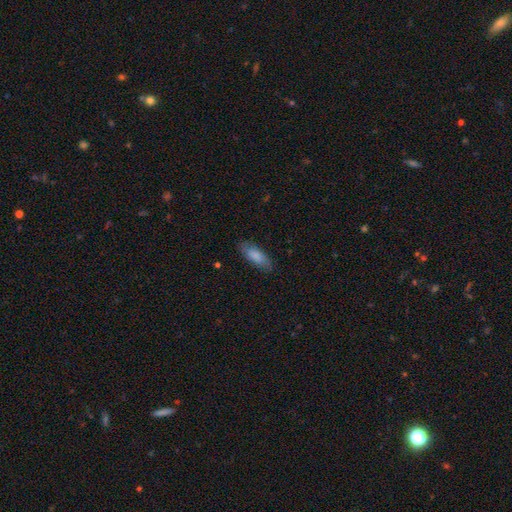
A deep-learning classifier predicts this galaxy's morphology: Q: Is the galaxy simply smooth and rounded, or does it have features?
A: smooth — 83%.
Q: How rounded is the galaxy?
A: in between — 72%.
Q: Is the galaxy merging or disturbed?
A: none — 82%.